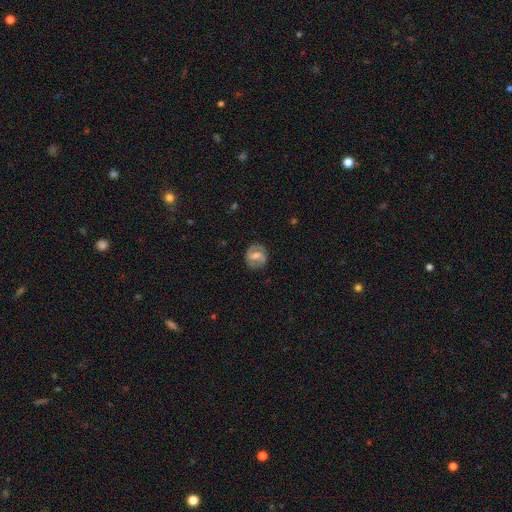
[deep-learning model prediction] Smooth or featured?
  - featured or disk: 64% *
  - smooth: 29%
  - star or artifact: 7%
Edge-on disk?
  - no: 97% *
  - yes: 3%
Bar?
  - weak: 46% *
  - strong: 34%
  - no: 20%
Spiral arms?
  - yes: 83% *
  - no: 17%
Spiral winding?
  - medium: 45% *
  - tight: 33%
  - loose: 22%
Spiral arm count?
  - 2: 84% *
  - can't tell: 9%
  - 1: 3%
  - 3: 2%
  - 4: 1%
  - more than 4: 1%
Bulge size?
  - moderate: 52% *
  - small: 33%
  - large: 7%
  - none: 7%
  - dominant: 1%
Merging?
  - none: 80% *
  - minor disturbance: 13%
  - major disturbance: 5%
  - merger: 1%